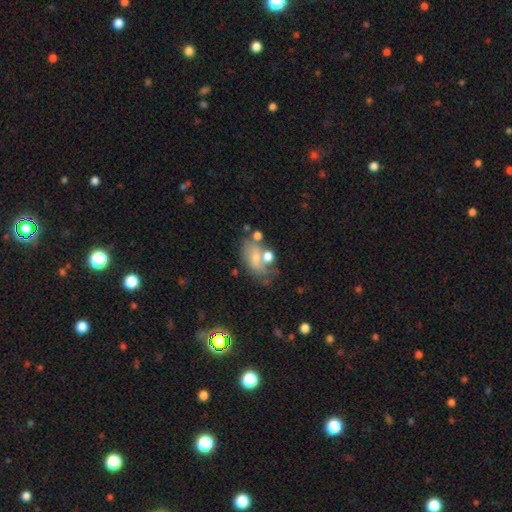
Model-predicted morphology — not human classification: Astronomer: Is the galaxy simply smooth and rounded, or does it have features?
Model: smooth — 49% (runner-up: featured or disk, 35%).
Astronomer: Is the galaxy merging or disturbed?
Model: none — 44% (runner-up: minor disturbance, 22%).